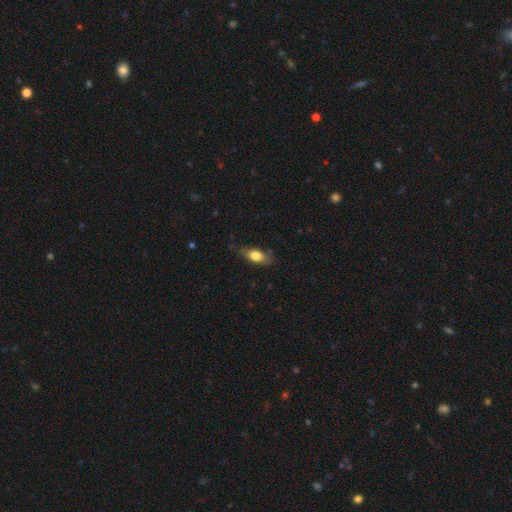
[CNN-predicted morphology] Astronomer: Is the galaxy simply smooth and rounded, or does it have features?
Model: smooth — 71%.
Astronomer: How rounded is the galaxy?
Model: in between — 78%.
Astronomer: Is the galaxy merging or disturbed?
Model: none — 75%.